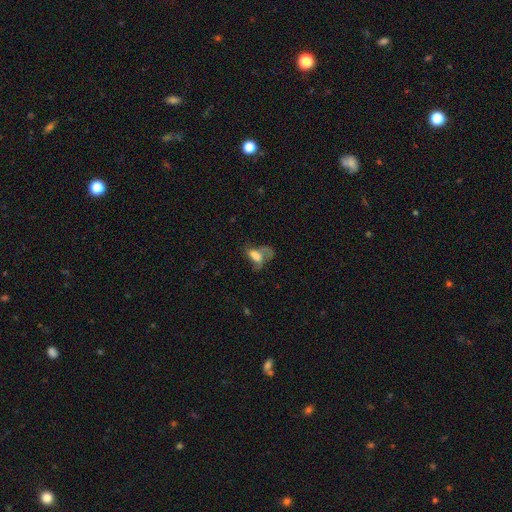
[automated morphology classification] smooth_or_featured: smooth (p=0.49) [alt: featured or disk p=0.38]
merging: major disturbance (p=0.47) [alt: none p=0.22]